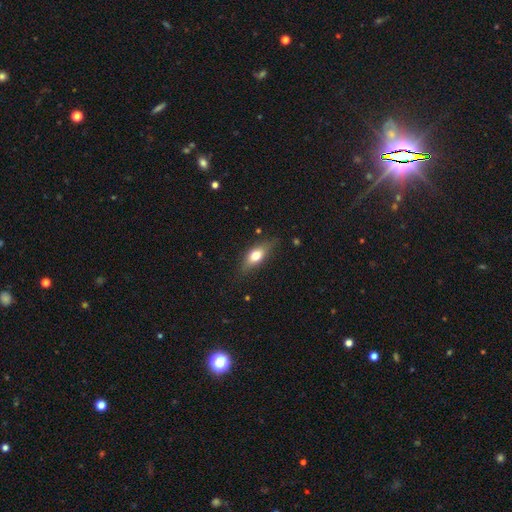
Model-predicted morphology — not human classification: A smooth galaxy with no disk features (64%) that is in between round and cigar-shaped (72%). Merging: none (76%).